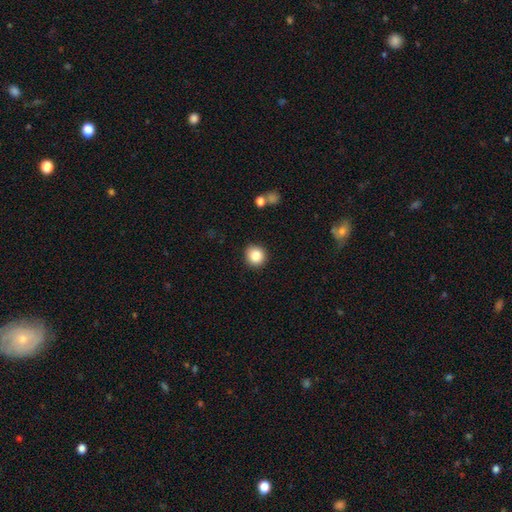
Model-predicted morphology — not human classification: Smooth or featured? smooth (85%)
How rounded? round (89%)
Merging? none (90%)